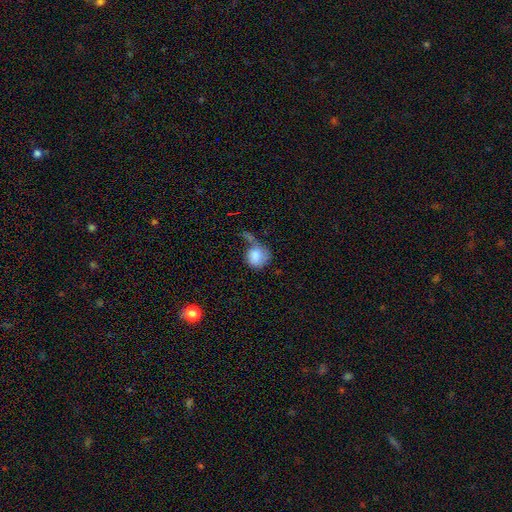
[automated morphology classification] Overall: smooth (72%). How rounded: round (71%). Merging: major disturbance (39%; none 24%).